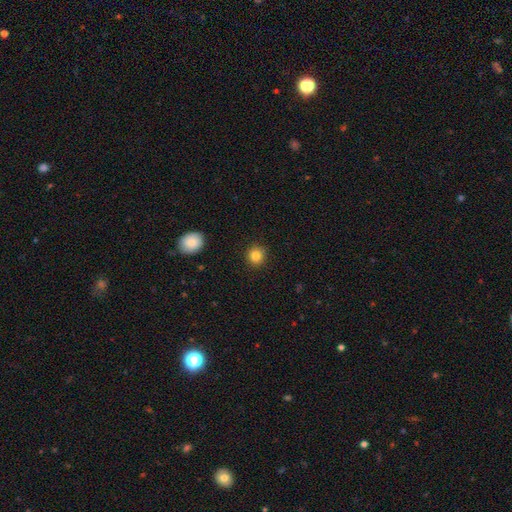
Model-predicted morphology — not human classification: Smooth or featured?
  - smooth: 84% *
  - star or artifact: 11%
  - featured or disk: 5%
How rounded?
  - round: 90% *
  - in between: 9%
  - cigar-shaped: 1%
Merging?
  - none: 91% *
  - minor disturbance: 6%
  - major disturbance: 2%
  - merger: 1%